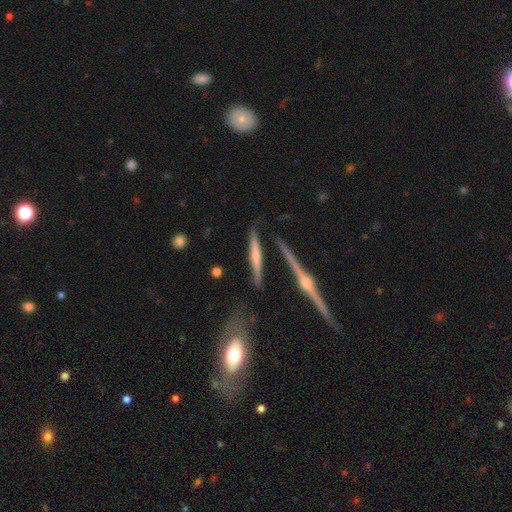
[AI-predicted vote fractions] Smooth or featured? featured or disk (55%)
Edge-on disk? yes (93%)
Edge-on bulge? rounded (65%)
Merging? none (72%)